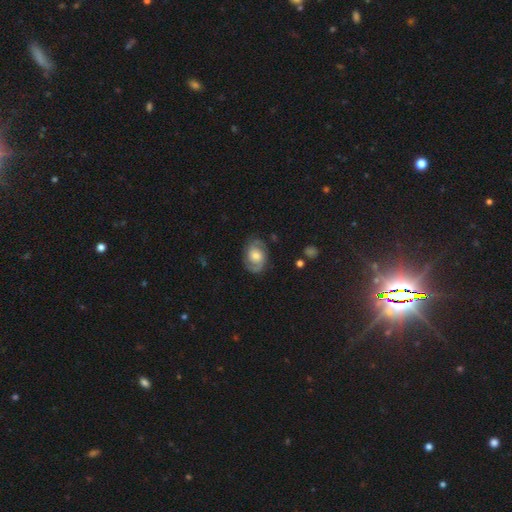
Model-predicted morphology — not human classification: The model was most divided on "spiral winding": medium: 44%, tight: 40%, loose: 16%. More confident: edge-on disk — no (97%); spiral arms — yes (89%); spiral arm count — 2 (85%); merging — none (77%); smooth or featured — featured or disk (71%); bar — no (70%); bulge size — moderate (56%).